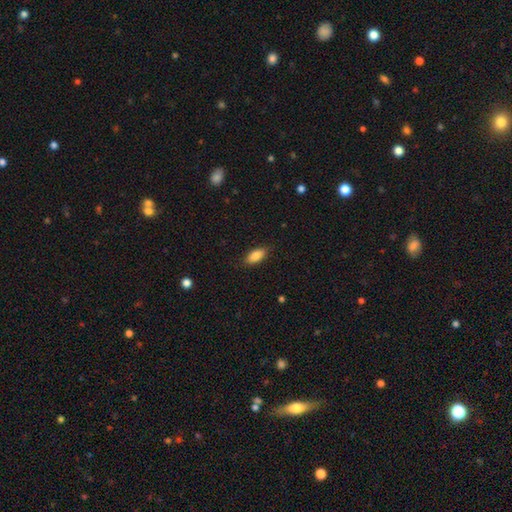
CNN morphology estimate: Q: Smooth or featured?
A: smooth (86%); runner-up: star or artifact (7%)
Q: How rounded?
A: in between (86%); runner-up: cigar-shaped (11%)
Q: Merging?
A: none (86%); runner-up: minor disturbance (11%)